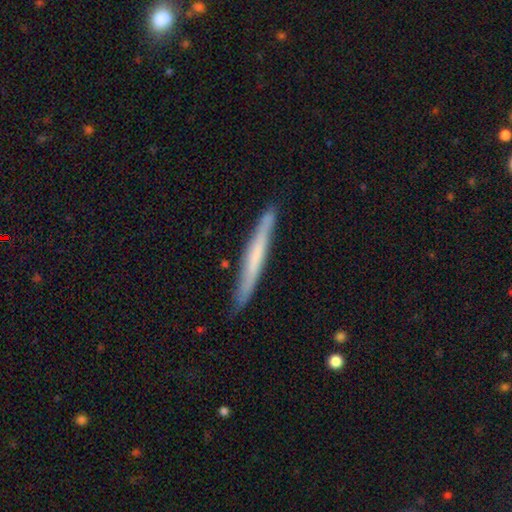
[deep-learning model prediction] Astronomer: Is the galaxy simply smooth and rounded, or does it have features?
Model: smooth — 50% (runner-up: featured or disk, 44%).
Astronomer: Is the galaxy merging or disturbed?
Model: none — 87%.